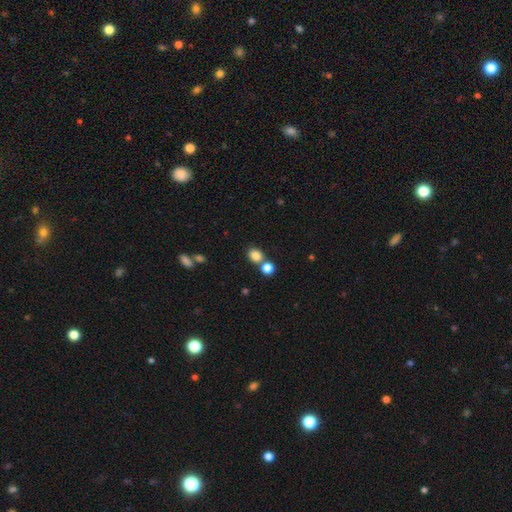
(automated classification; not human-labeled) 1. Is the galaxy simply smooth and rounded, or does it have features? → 82% smooth, 12% star or artifact, 6% featured or disk.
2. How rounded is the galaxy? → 56% round, 43% in between, 1% cigar-shaped.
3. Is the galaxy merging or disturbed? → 59% none, 28% merger, 9% minor disturbance, 4% major disturbance.